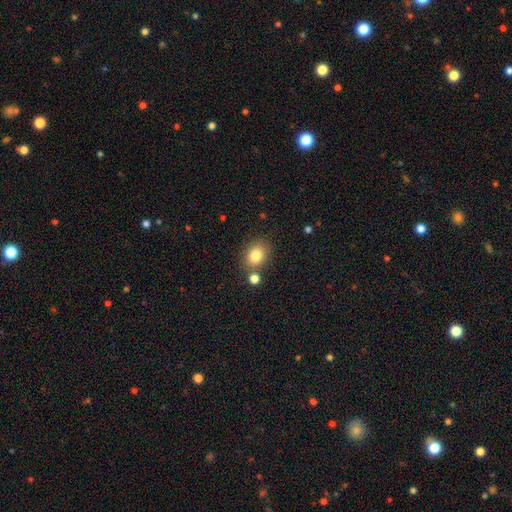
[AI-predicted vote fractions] smooth-or-featured: smooth: 81% | star or artifact: 11% | featured or disk: 8%
  how-rounded: round: 51% | in between: 48% | cigar-shaped: 1%
  merging: none: 73% | merger: 12% | minor disturbance: 11% | major disturbance: 3%